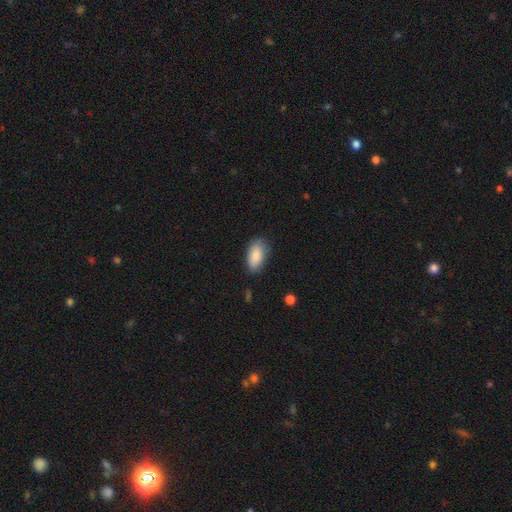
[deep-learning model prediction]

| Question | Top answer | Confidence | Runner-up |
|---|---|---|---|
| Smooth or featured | smooth | 87% | featured or disk (7%) |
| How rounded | in between | 92% | cigar-shaped (5%) |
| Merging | none | 79% | minor disturbance (16%) |